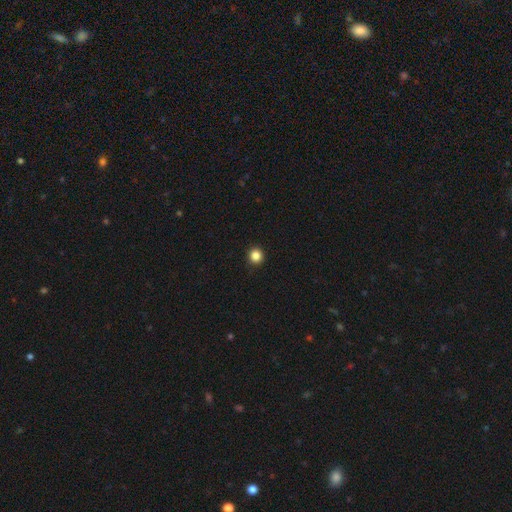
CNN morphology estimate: type=smooth (85%); roundness=round (94%); merging=none (93%).